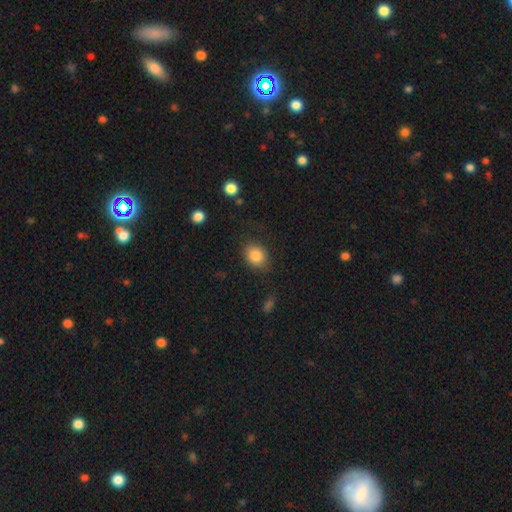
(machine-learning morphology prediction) smooth 85%, star or artifact 9%, featured or disk 7%. Down the decision tree: how rounded — round (50%); merging — none (80%).